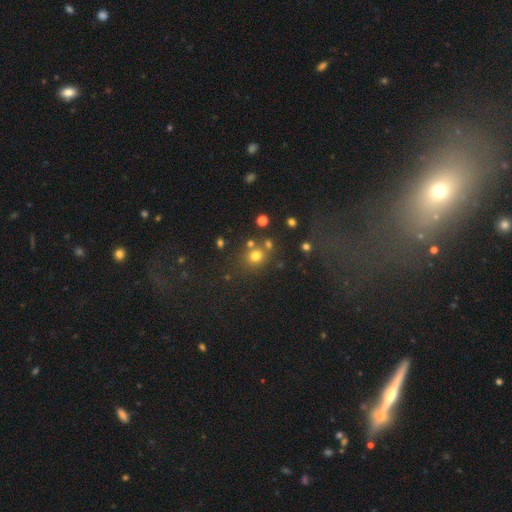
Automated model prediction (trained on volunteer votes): smooth-or-featured: smooth: 72% | star or artifact: 20% | featured or disk: 8%
  how-rounded: round: 87% | in between: 12% | cigar-shaped: 1%
  merging: none: 71% | merger: 15% | minor disturbance: 10% | major disturbance: 5%